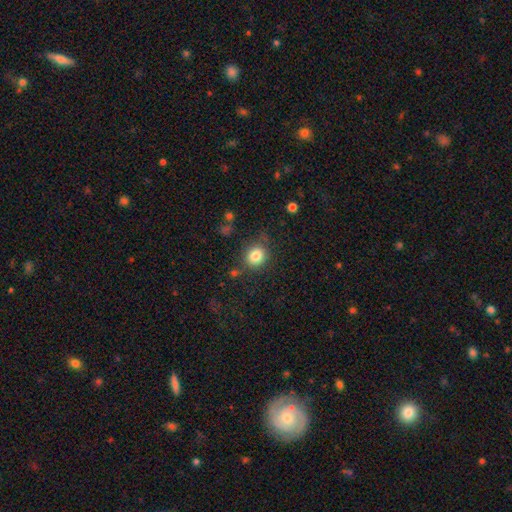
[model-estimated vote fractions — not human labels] A smooth galaxy with no disk features (82%) that is round (78%). Merging: none (76%).